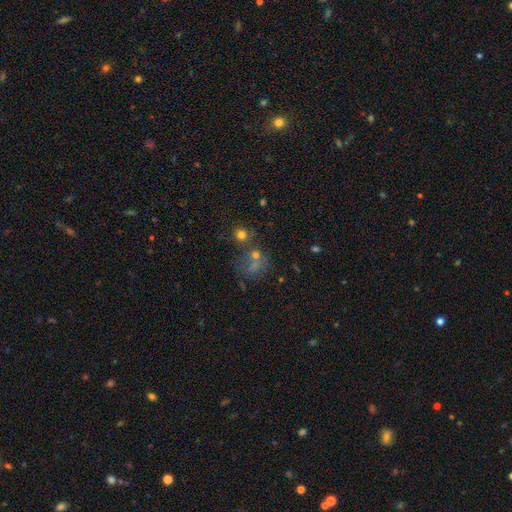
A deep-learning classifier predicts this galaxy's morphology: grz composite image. It shows a smooth galaxy with no disk features (53%) that is round (71%). Merging: none (44%).